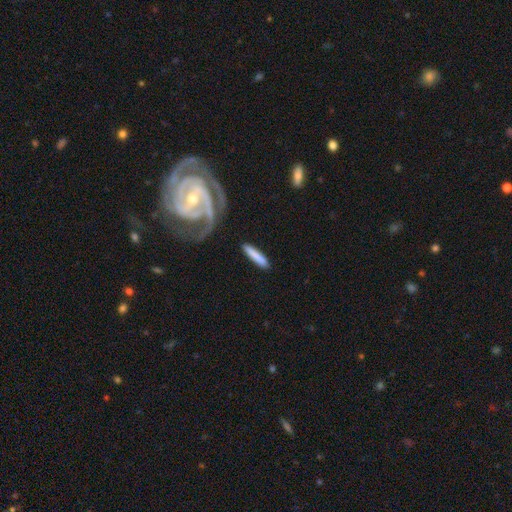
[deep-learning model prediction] This is likely a smooth galaxy (77%). How rounded: clearly cigar-shaped (88%). Merging: clearly none (84%).